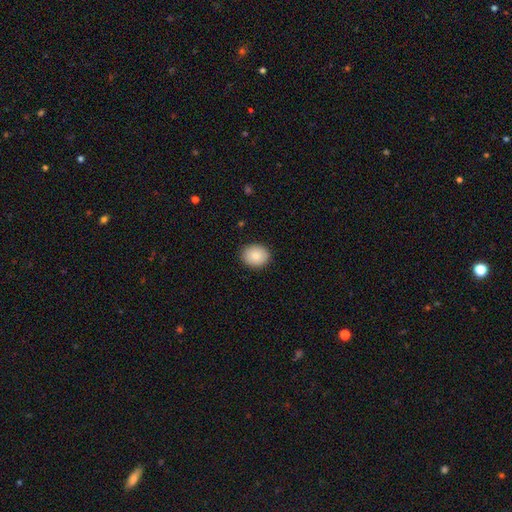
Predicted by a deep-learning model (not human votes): Morphology: type=smooth (85%); roundness=round (61%); merging=none (89%).